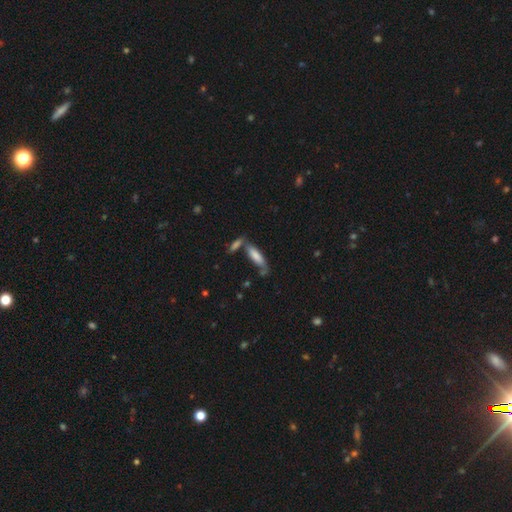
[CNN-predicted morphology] Overall: smooth (72%). How rounded: cigar-shaped (58%; in between 40%). Merging: none (52%; merger 24%).